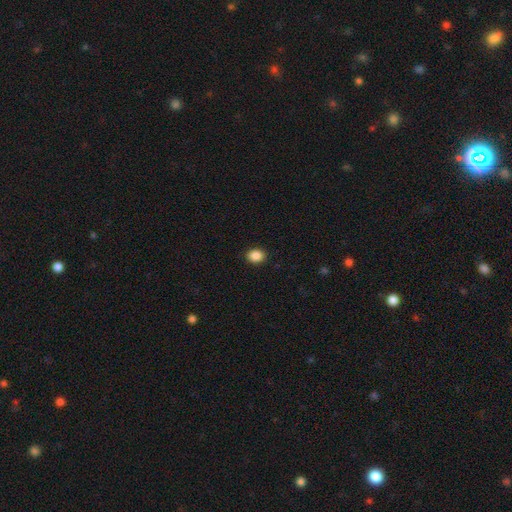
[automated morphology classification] A smooth galaxy with no disk features (88%) that is in between round and cigar-shaped (53%).

Vote fractions:
- Smooth or featured? smooth: 88% / star or artifact: 9% / featured or disk: 3%
- How rounded? in between: 53% / round: 46% / cigar-shaped: 1%
- Merging? none: 91% / minor disturbance: 6% / major disturbance: 2% / merger: 1%